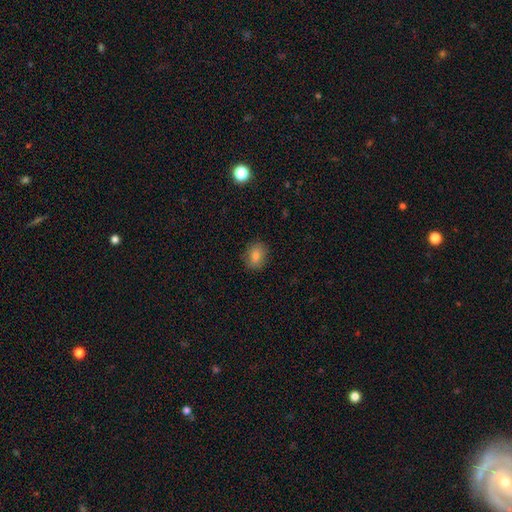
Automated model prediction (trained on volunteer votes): Q: Smooth or featured?
A: smooth (79%); runner-up: star or artifact (11%)
Q: How rounded?
A: in between (54%); runner-up: round (45%)
Q: Merging?
A: none (86%); runner-up: minor disturbance (10%)